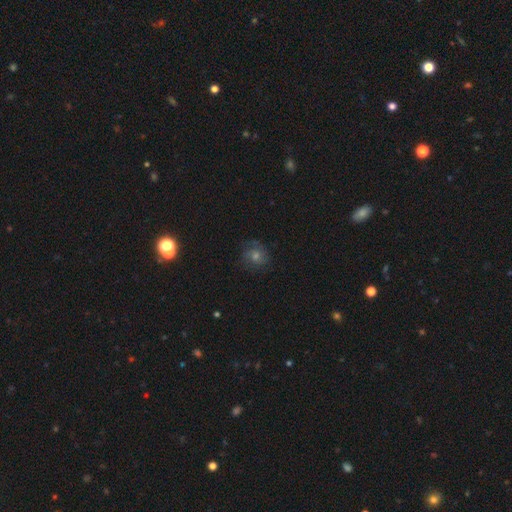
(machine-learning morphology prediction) This is possibly a featured or disk galaxy (50%). Merging: likely none (78%).